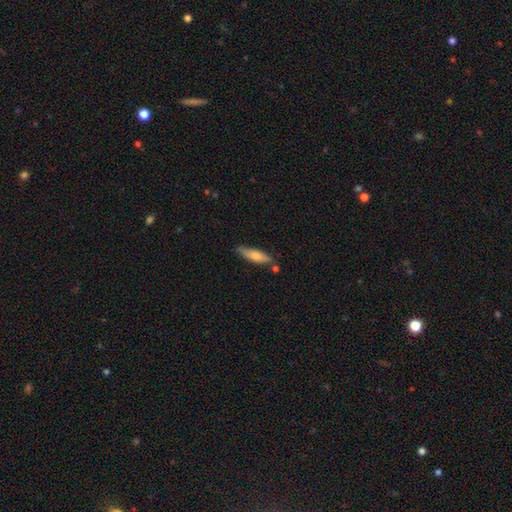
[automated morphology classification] A smooth galaxy with no disk features (69%) that is cigar-shaped (67%). Merging: none (72%).